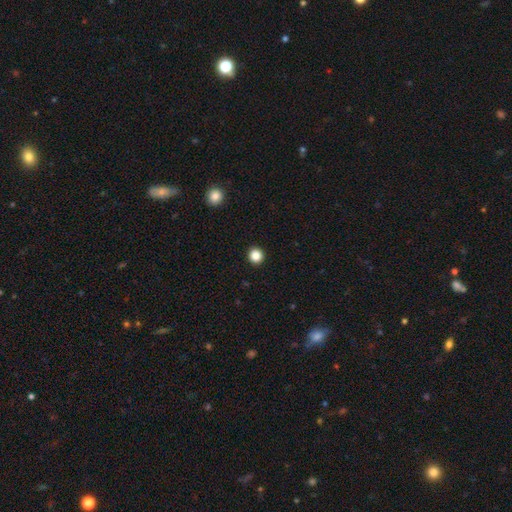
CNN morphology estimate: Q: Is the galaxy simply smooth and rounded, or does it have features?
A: smooth — 86%.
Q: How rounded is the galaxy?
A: round — 94%.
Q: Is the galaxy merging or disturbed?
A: none — 94%.